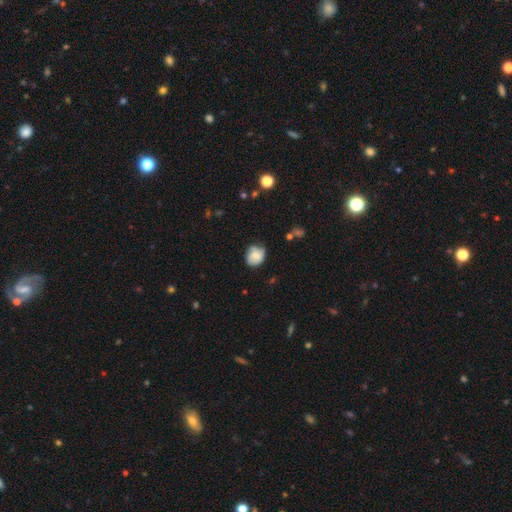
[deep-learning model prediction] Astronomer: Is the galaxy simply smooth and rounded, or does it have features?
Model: smooth — 70%.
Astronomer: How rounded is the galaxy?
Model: round — 64%.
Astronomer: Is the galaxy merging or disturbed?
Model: none — 62%.